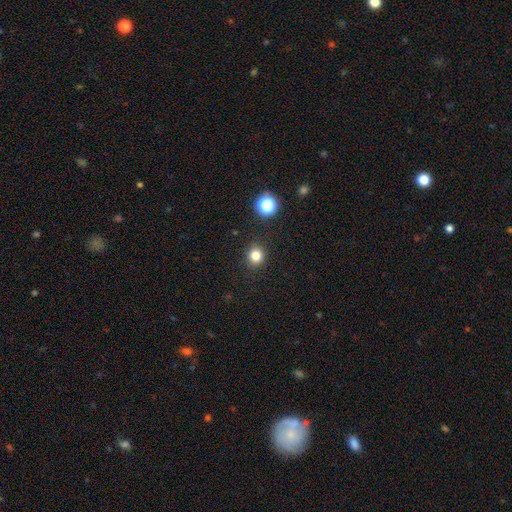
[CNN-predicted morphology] smooth_or_featured: smooth (p=0.80) [alt: star or artifact p=0.14]
how_rounded: round (p=0.84) [alt: in between p=0.15]
merging: none (p=0.90) [alt: minor disturbance p=0.07]